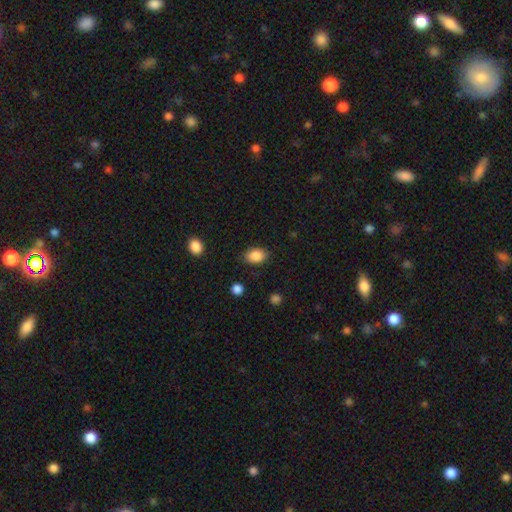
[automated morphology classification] Smooth or featured? Predicted: smooth (p=0.87). How rounded? Predicted: in between (p=0.79). Merging? Predicted: none (p=0.83).